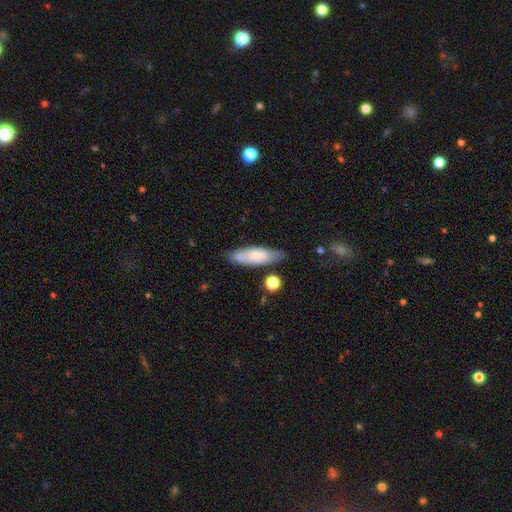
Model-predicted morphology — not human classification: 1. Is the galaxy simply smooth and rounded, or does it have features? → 67% smooth, 26% featured or disk, 7% star or artifact.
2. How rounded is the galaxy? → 54% in between, 44% cigar-shaped, 2% round.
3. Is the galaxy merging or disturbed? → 69% none, 20% minor disturbance, 6% merger, 5% major disturbance.